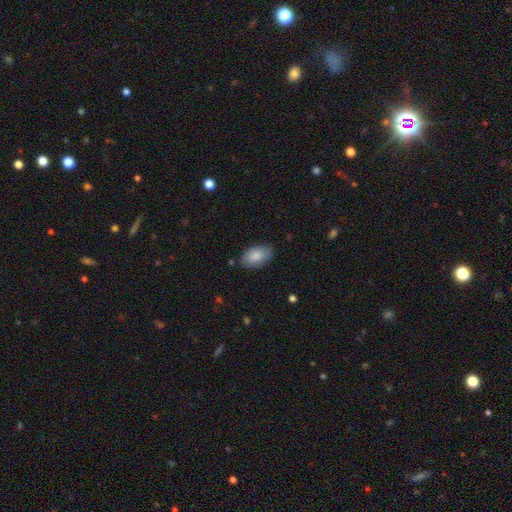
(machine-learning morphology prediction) Smooth or featured? Predicted: smooth (p=0.86). How rounded? Predicted: in between (p=0.94). Merging? Predicted: none (p=0.81).